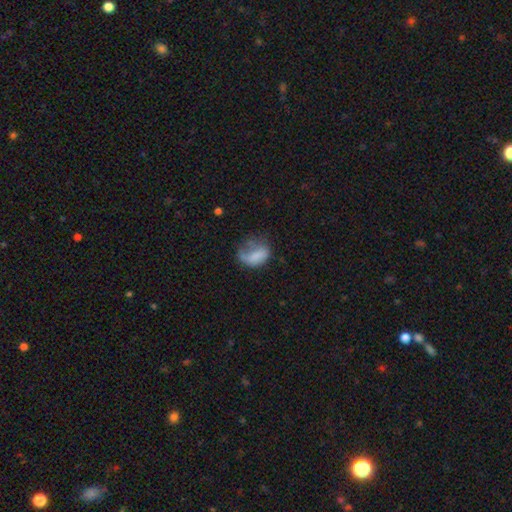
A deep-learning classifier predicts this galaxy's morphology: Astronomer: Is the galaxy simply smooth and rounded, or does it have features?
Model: smooth — 67%.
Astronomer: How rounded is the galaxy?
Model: in between — 74%.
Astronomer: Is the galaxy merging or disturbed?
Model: major disturbance — 38% (runner-up: none, 29%).